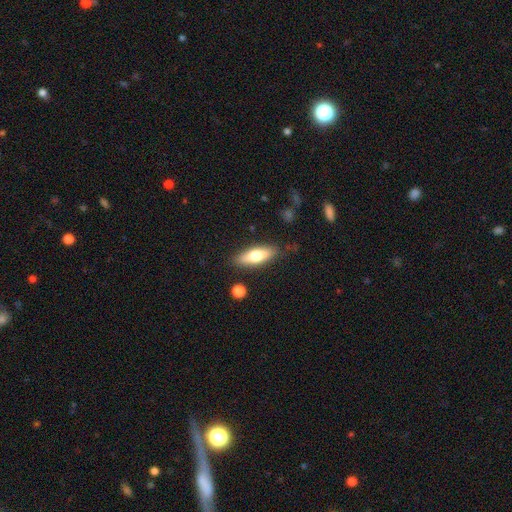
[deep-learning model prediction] Overall: smooth (64%; featured or disk 29%). How rounded: in between (61%; cigar-shaped 37%). Merging: none (83%).